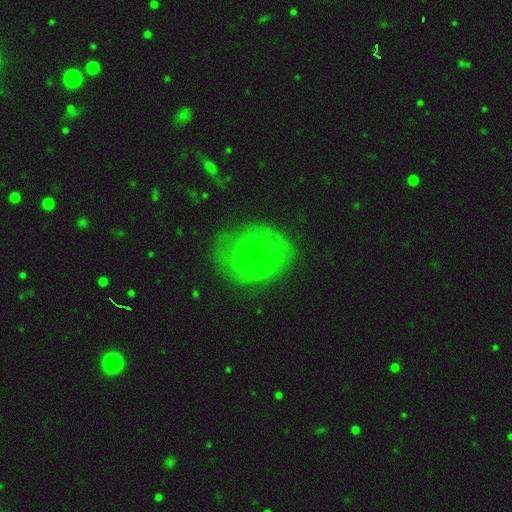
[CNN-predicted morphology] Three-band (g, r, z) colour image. It shows a featured or disk galaxy (58%) with no bar (61%), spiral arms (54%) and a small central bulge (64%). Merging: none (71%).